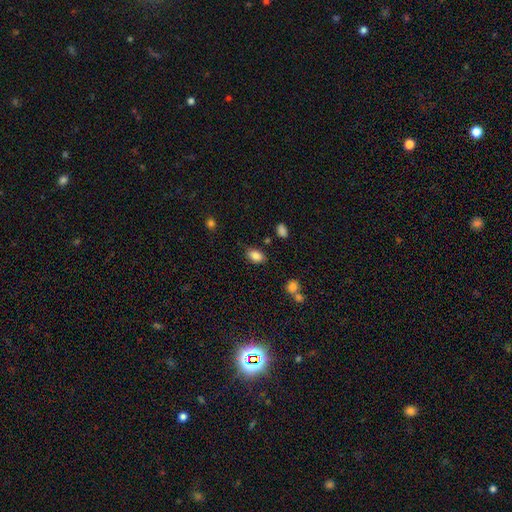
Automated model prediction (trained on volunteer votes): smooth_or_featured: smooth (p=0.85) [alt: star or artifact p=0.09]
how_rounded: in between (p=0.89) [alt: round p=0.09]
merging: none (p=0.80) [alt: minor disturbance p=0.13]